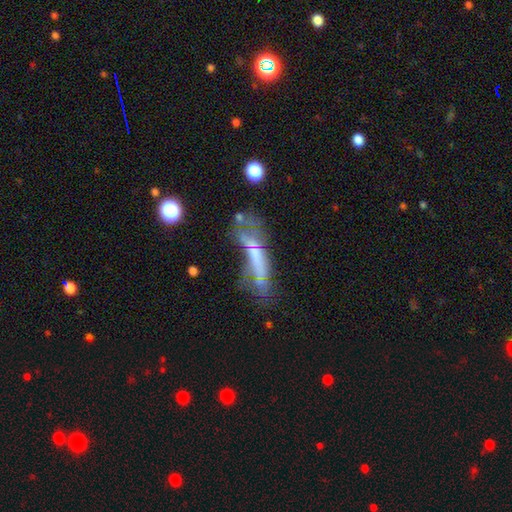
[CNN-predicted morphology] This appears to be a featured or disk galaxy (49%). Merging: major disturbance (32%).